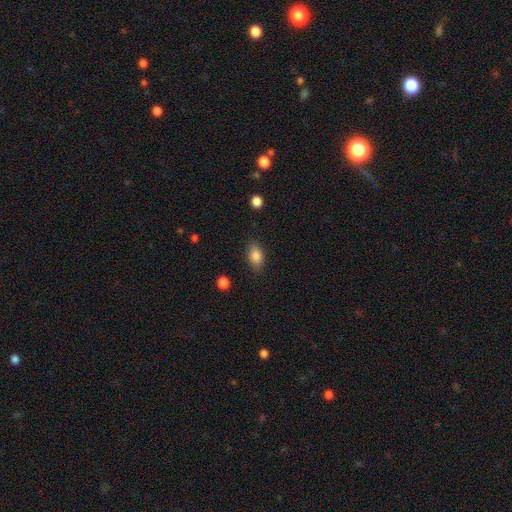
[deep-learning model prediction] Overall: smooth (82%). How rounded: in between (85%). Merging: none (82%).